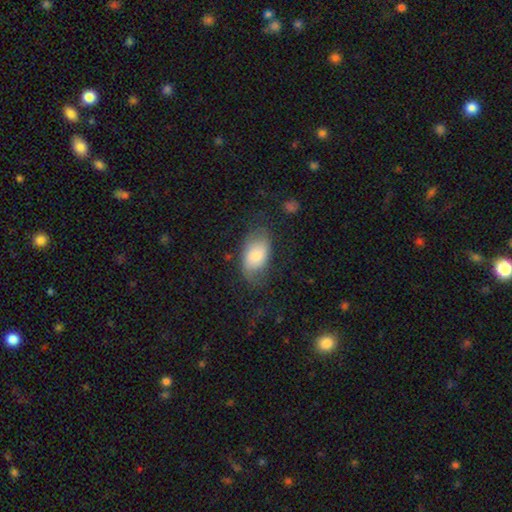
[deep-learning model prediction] Q: Smooth or featured?
A: smooth (69%); runner-up: featured or disk (24%)
Q: How rounded?
A: in between (92%); runner-up: round (6%)
Q: Merging?
A: none (56%); runner-up: minor disturbance (28%)